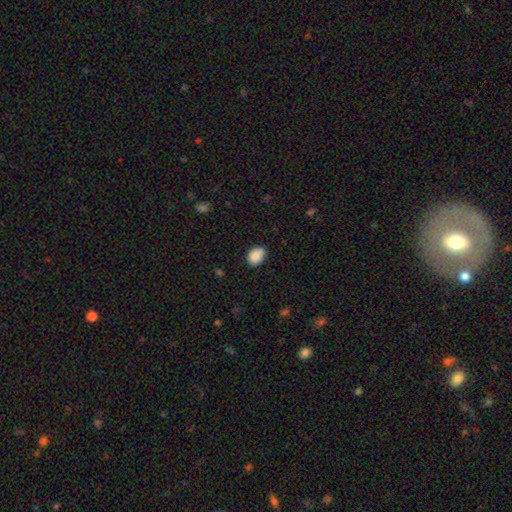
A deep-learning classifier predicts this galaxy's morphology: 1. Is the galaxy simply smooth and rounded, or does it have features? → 89% smooth, 8% star or artifact, 3% featured or disk.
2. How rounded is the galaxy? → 74% in between, 25% round, 1% cigar-shaped.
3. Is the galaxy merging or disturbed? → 76% none, 20% minor disturbance, 3% major disturbance, 1% merger.